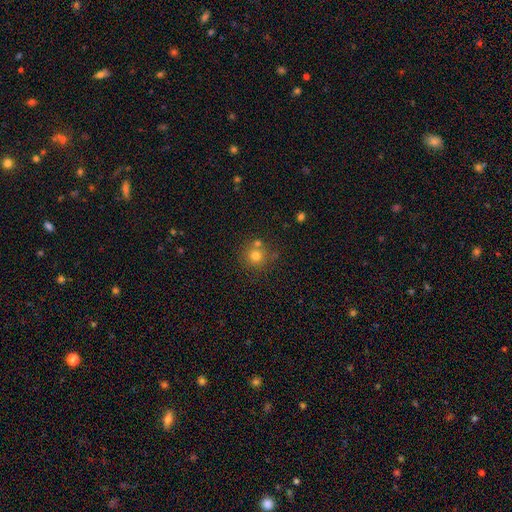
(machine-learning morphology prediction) This appears to be a smooth galaxy with no disk features (75%) that is round (92%). Merging: none (67%).